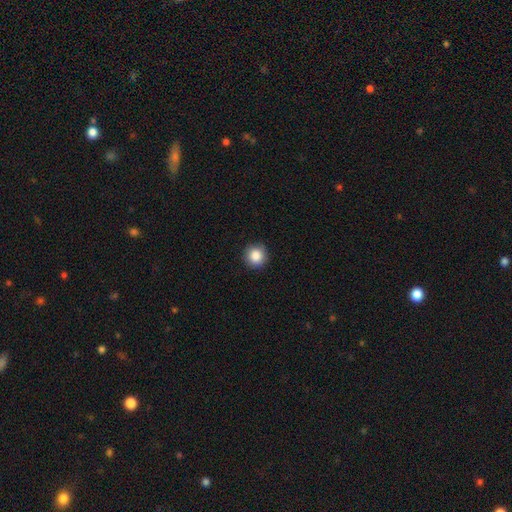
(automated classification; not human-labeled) Q: Smooth or featured?
A: smooth (87%); runner-up: star or artifact (9%)
Q: How rounded?
A: round (94%); runner-up: in between (5%)
Q: Merging?
A: none (91%); runner-up: minor disturbance (6%)